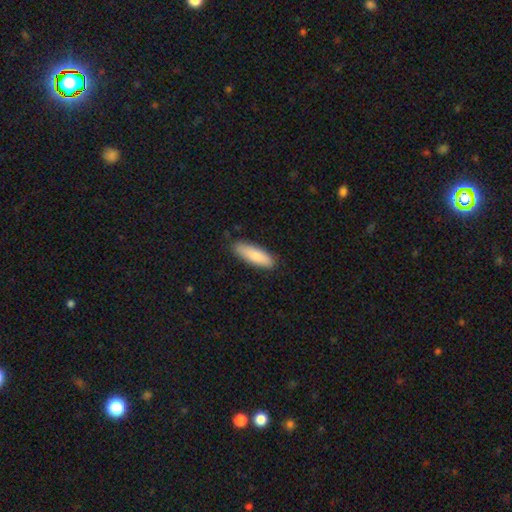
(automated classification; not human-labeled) Smooth or featured? Predicted: smooth (p=0.84). How rounded? Predicted: cigar-shaped (p=0.52). Merging? Predicted: none (p=0.85).